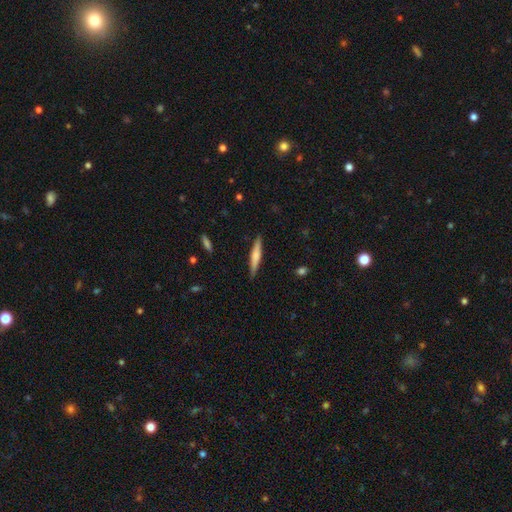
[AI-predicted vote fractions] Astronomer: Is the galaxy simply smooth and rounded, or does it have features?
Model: smooth — 59% (runner-up: featured or disk, 35%).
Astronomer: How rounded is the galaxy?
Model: cigar-shaped — 91%.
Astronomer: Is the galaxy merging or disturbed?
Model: none — 88%.